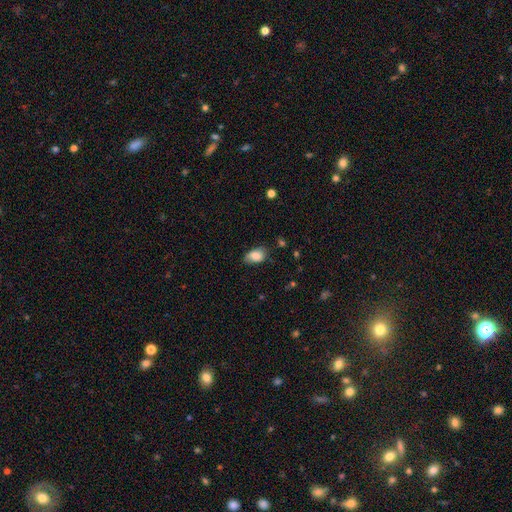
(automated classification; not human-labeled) This appears to be a smooth galaxy with no disk features (83%) that is in between round and cigar-shaped (88%). Merging: none (63%).